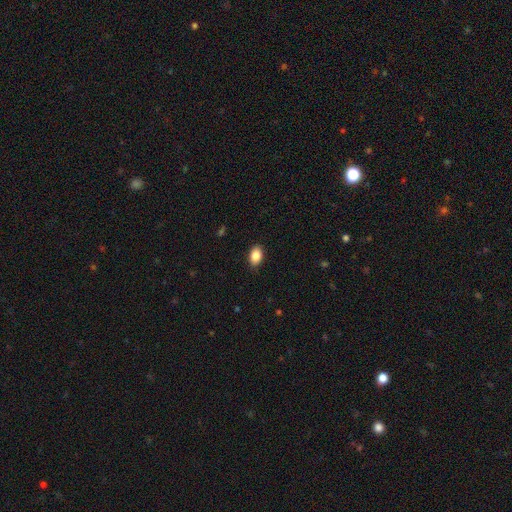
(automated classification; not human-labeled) A smooth galaxy with no disk features (87%) that is in between round and cigar-shaped (89%).

Vote fractions:
- Smooth or featured? smooth: 87% / star or artifact: 8% / featured or disk: 5%
- How rounded? in between: 89% / round: 10% / cigar-shaped: 1%
- Merging? none: 88% / minor disturbance: 9% / major disturbance: 2% / merger: 1%